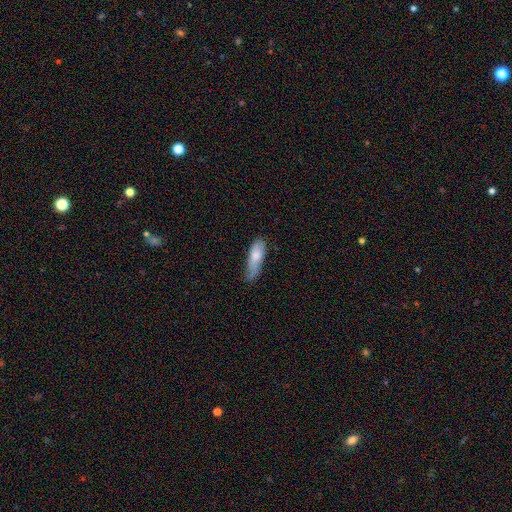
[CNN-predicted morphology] Smooth or featured?
  - smooth: 77% *
  - featured or disk: 17%
  - star or artifact: 6%
How rounded?
  - in between: 56% *
  - cigar-shaped: 42%
  - round: 2%
Merging?
  - none: 46% *
  - minor disturbance: 39%
  - major disturbance: 13%
  - merger: 3%